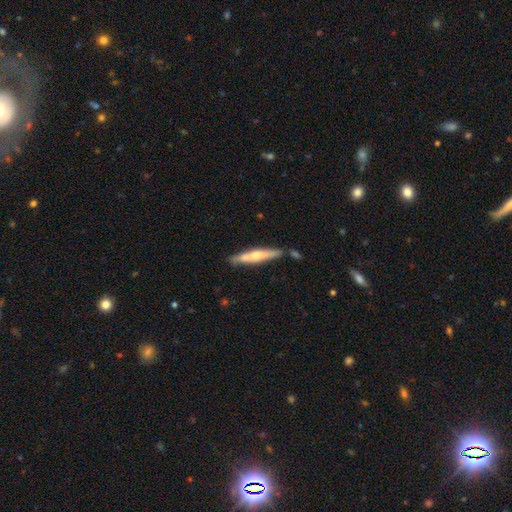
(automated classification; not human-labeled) smooth_or_featured: featured or disk (p=0.48) [alt: smooth p=0.46]
merging: none (p=0.77) [alt: minor disturbance p=0.13]